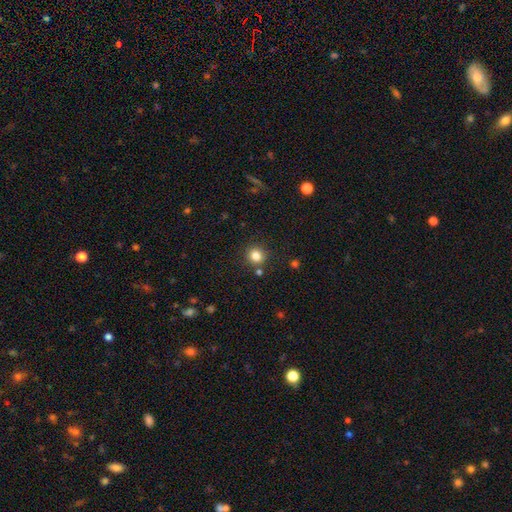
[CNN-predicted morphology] This is clearly a smooth galaxy (82%). How rounded: clearly round (91%). Merging: clearly none (84%).